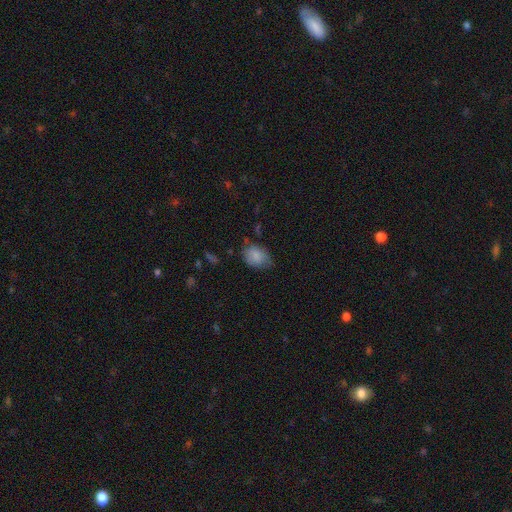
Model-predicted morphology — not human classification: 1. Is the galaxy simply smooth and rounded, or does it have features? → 84% smooth, 8% star or artifact, 8% featured or disk.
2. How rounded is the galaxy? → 70% in between, 29% round, 1% cigar-shaped.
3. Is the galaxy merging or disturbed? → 59% none, 32% minor disturbance, 8% major disturbance, 2% merger.